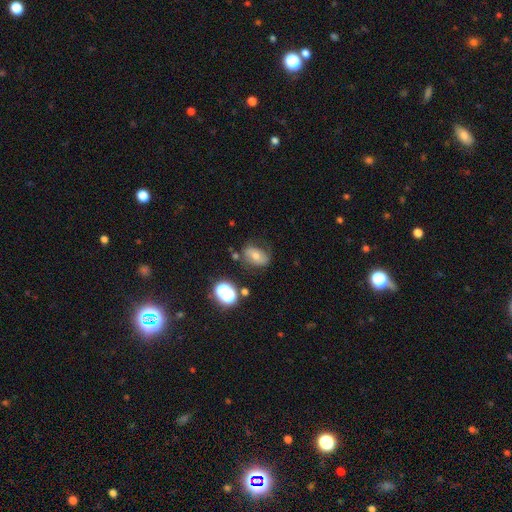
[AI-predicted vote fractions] smooth 46%, featured or disk 39%, star or artifact 15%. Down the decision tree: merging — none (64%).